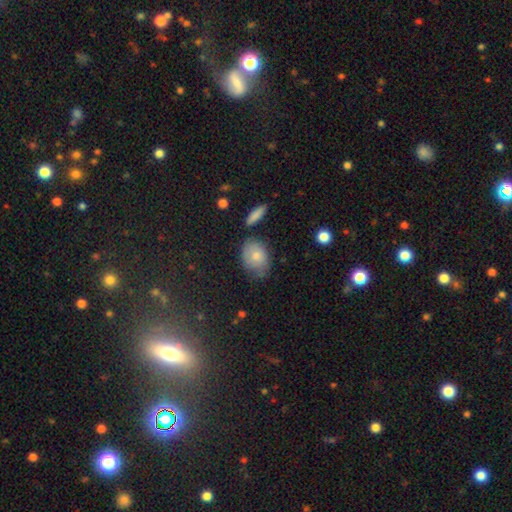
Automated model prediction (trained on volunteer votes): Smooth or featured? smooth (74%)
How rounded? in between (71%)
Merging? none (63%)